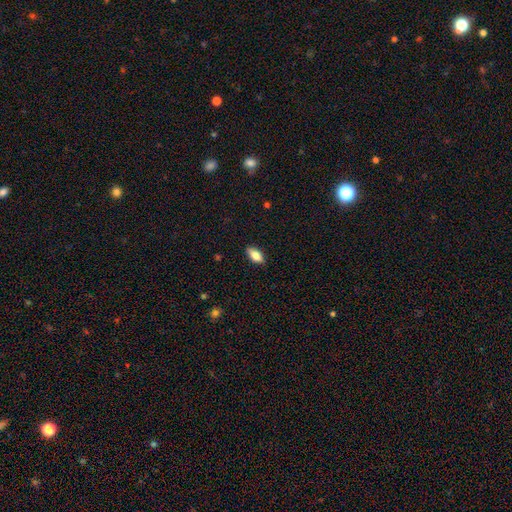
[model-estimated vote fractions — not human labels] smooth_or_featured: smooth (p=0.78) [alt: featured or disk p=0.15]
how_rounded: in between (p=0.85) [alt: cigar-shaped p=0.12]
merging: none (p=0.87) [alt: minor disturbance p=0.10]